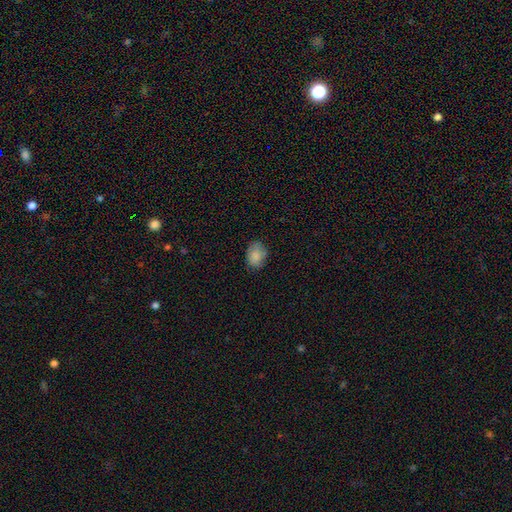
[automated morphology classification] Smooth or featured? Predicted: smooth (p=0.85). How rounded? Predicted: in between (p=0.70). Merging? Predicted: none (p=0.77).